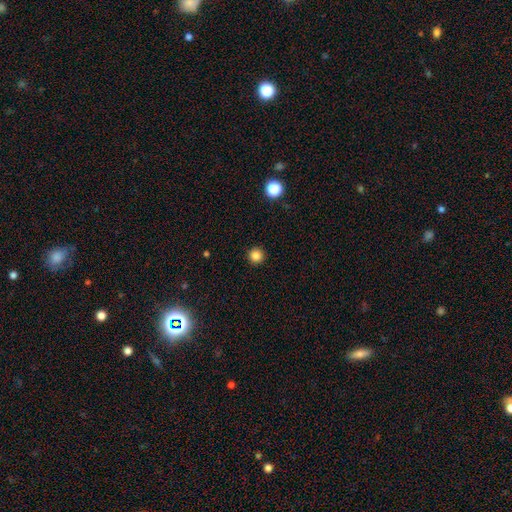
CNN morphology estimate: Q: Smooth or featured?
A: smooth (84%); runner-up: star or artifact (12%)
Q: How rounded?
A: round (96%); runner-up: in between (3%)
Q: Merging?
A: none (93%); runner-up: minor disturbance (4%)